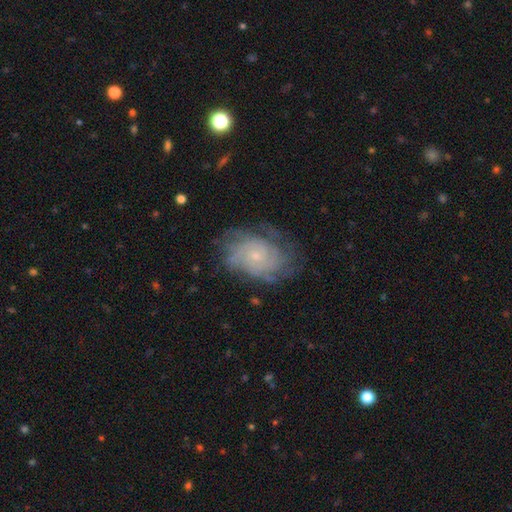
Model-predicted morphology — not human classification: featured or disk 76%, smooth 15%, star or artifact 9%. Down the decision tree: edge-on disk — no (97%); bar — no (81%); spiral arms — yes (92%); spiral arm count — can't tell (44%); spiral winding — tight (63%); bulge size — small (80%); merging — none (71%).